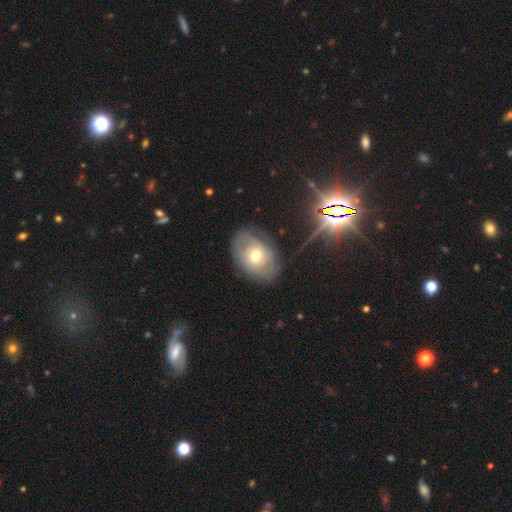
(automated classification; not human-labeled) A featured or disk galaxy (59%) with no bar (63%), spiral arms (67%) and a moderate central bulge (71%).

Vote fractions:
- Smooth or featured? featured or disk: 59% / smooth: 33% / star or artifact: 8%
- Edge-on disk? no: 94% / yes: 6%
- Bar? no: 63% / weak: 30% / strong: 7%
- Spiral arms? yes: 67% / no: 33%
- Bulge size? moderate: 71% / small: 21% / large: 7% / dominant: 1% / none: 1%
- Merging? none: 73% / minor disturbance: 18% / major disturbance: 7% / merger: 2%